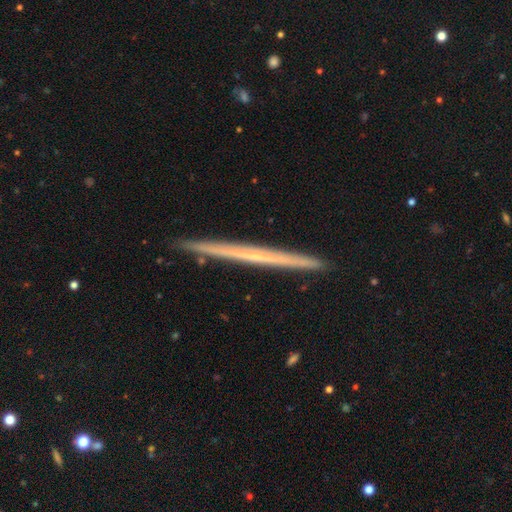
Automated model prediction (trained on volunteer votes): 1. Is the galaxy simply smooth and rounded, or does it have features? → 63% featured or disk, 31% smooth, 6% star or artifact.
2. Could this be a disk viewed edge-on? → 98% yes, 2% no.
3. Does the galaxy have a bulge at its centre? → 86% none, 11% rounded, 3% boxy.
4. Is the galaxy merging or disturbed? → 91% none, 6% minor disturbance, 1% merger, 1% major disturbance.